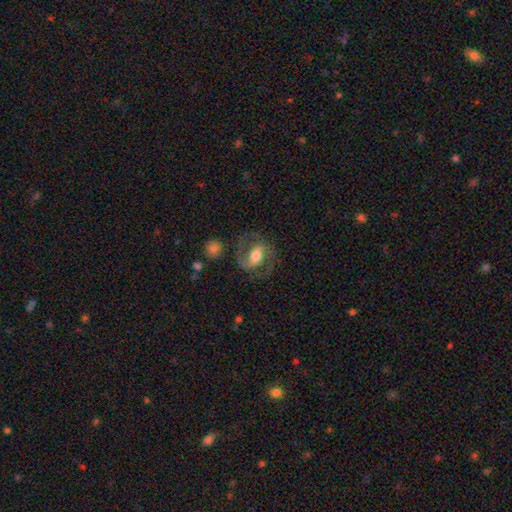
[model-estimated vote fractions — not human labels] featured or disk 78%, smooth 16%, star or artifact 6%. Down the decision tree: edge-on disk — no (96%); bar — strong (40%); spiral arms — yes (91%); spiral arm count — 2 (90%); spiral winding — medium (57%); bulge size — moderate (66%); merging — none (71%).